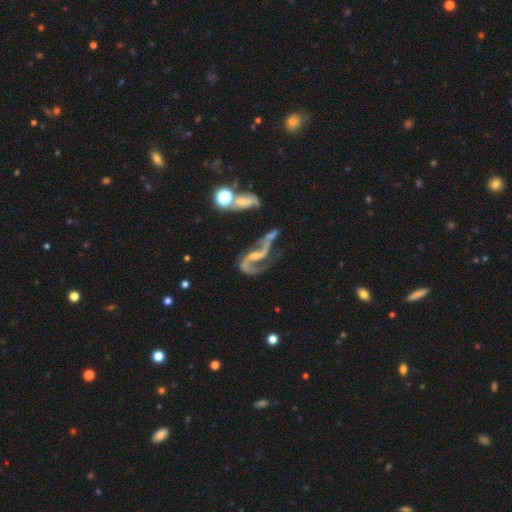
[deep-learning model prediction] smooth-or-featured: featured or disk: 85% | star or artifact: 9% | smooth: 6%
  disk-edge-on: no: 95% | yes: 5%
    bar: weak: 40% | no: 36% | strong: 24%
    has-spiral-arms: yes: 93% | no: 7%
      spiral-winding: loose: 66% | medium: 26% | tight: 7%
      spiral-arm-count: 2: 87% | 1: 6% | can't tell: 3% | 3: 2% | 4: 1% | more than 4: 1%
    bulge-size: small: 53% | moderate: 23% | none: 20% | large: 2% | dominant: 1%
  merging: none: 35% | major disturbance: 26% | merger: 22% | minor disturbance: 18%